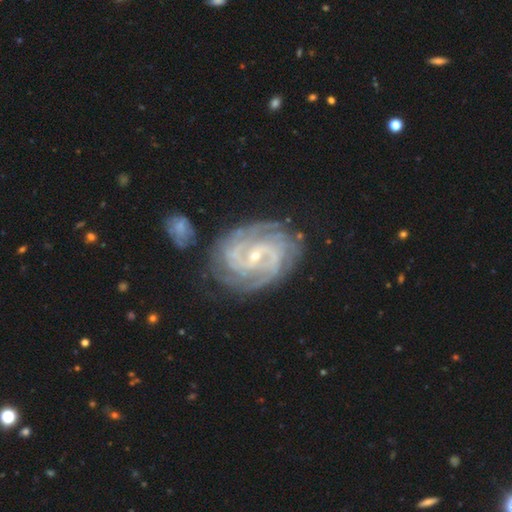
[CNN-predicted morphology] Overall: featured or disk (92%). Edge-on disk: no (97%). Bar: weak (43%; no 35%). Spiral arms: yes (98%). Spiral arm count: 2 (35%; 3 20%). Spiral winding: tight (67%; medium 28%). Bulge size: small (76%). Merging: none (73%).